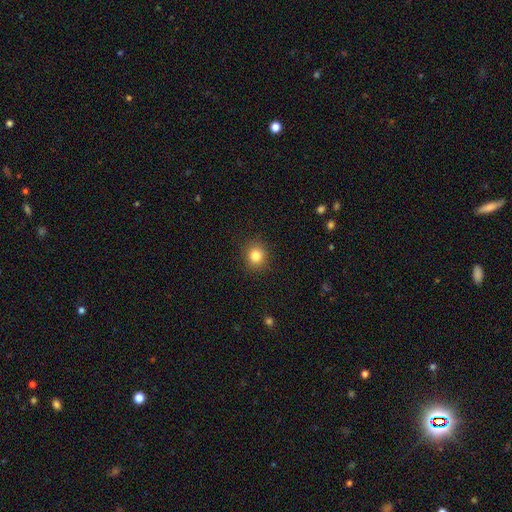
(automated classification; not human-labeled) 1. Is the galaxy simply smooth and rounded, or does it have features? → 82% smooth, 11% star or artifact, 6% featured or disk.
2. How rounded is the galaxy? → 83% round, 16% in between, 1% cigar-shaped.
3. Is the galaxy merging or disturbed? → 90% none, 7% minor disturbance, 2% major disturbance, 1% merger.